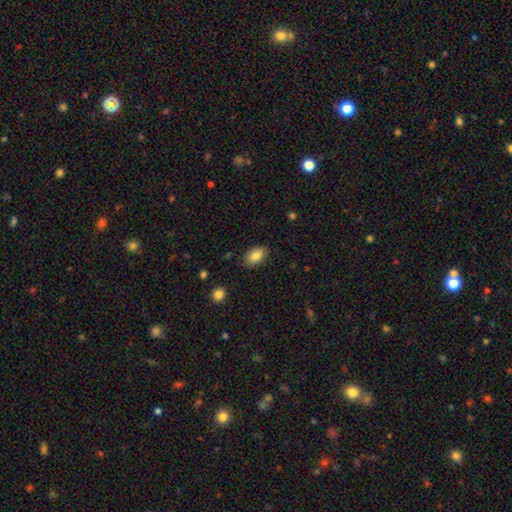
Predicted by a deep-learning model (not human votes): Smooth or featured: smooth — 85% (star or artifact — 8%)
How rounded: in between — 89% (round — 9%)
Merging: none — 81% (minor disturbance — 15%)